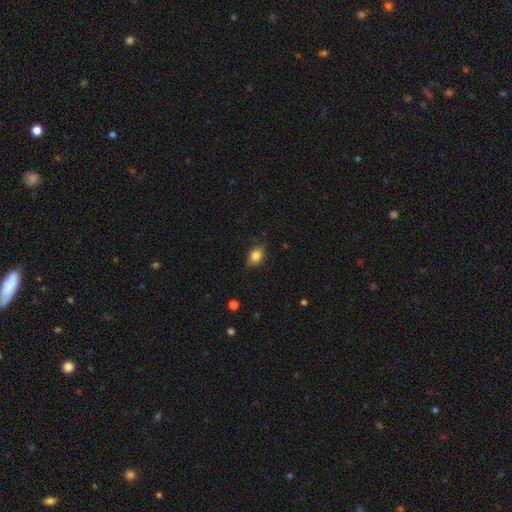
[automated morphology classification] A smooth galaxy with no disk features (82%) that is in between round and cigar-shaped (71%). Merging: none (77%).